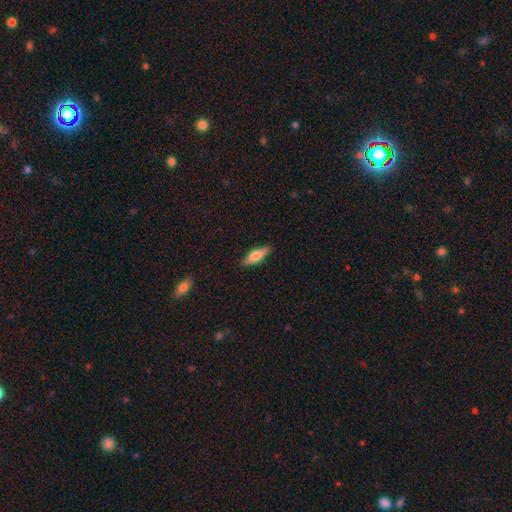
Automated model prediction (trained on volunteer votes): smooth_or_featured: smooth (p=0.65) [alt: featured or disk p=0.29]
how_rounded: in between (p=0.55) [alt: cigar-shaped p=0.43]
merging: none (p=0.88) [alt: minor disturbance p=0.09]